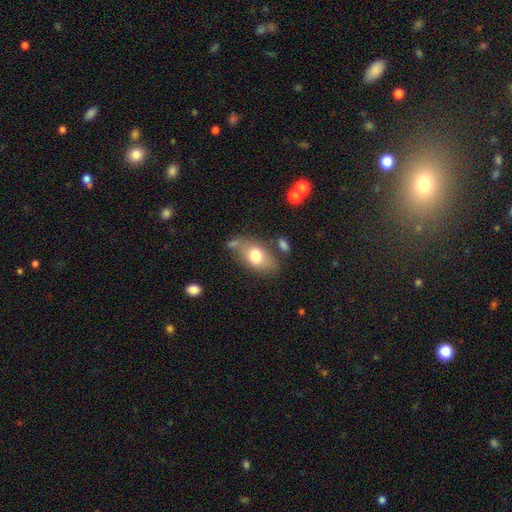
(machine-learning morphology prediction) This appears to be a smooth galaxy with no disk features (72%) that is in between round and cigar-shaped (88%). Merging: none (58%).